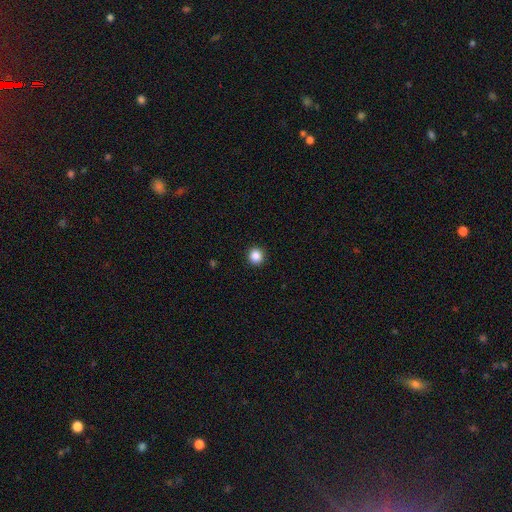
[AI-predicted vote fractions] smooth-or-featured: smooth: 87% | star or artifact: 10% | featured or disk: 3%
  how-rounded: round: 94% | in between: 5% | cigar-shaped: 1%
  merging: none: 93% | minor disturbance: 4% | major disturbance: 2% | merger: 1%